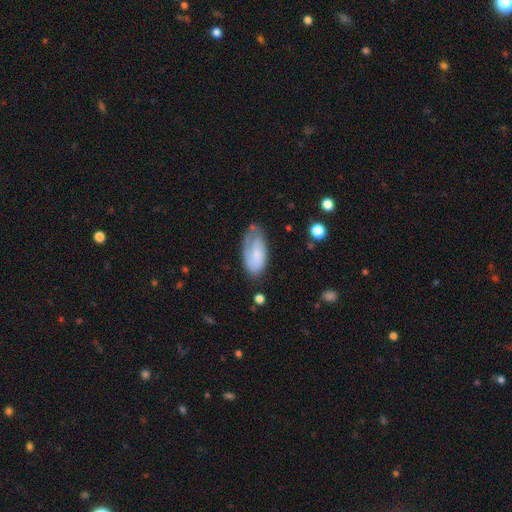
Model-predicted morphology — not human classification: smooth 51%, featured or disk 42%, star or artifact 7%. Down the decision tree: how rounded — in between (91%); merging — none (51%).